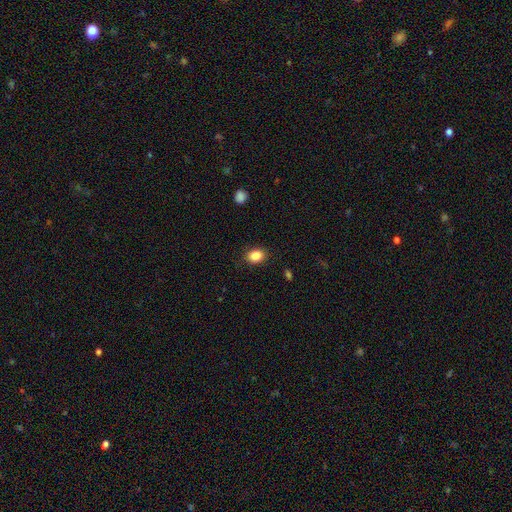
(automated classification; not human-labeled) Overall: smooth (86%). How rounded: in between (63%; round 36%). Merging: none (87%).